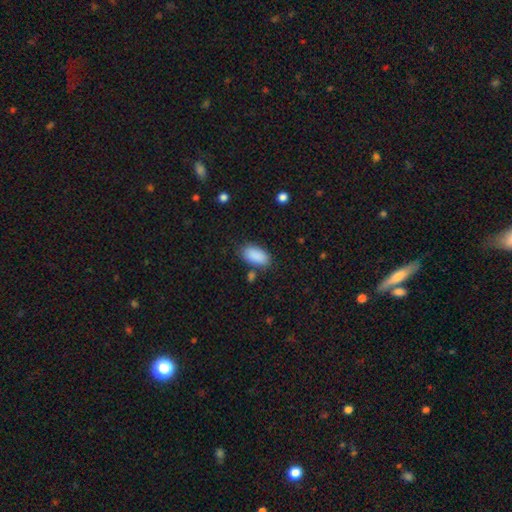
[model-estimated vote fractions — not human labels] Smooth or featured?
  - smooth: 90% *
  - star or artifact: 7%
  - featured or disk: 4%
How rounded?
  - in between: 93% *
  - cigar-shaped: 4%
  - round: 3%
Merging?
  - none: 78% *
  - minor disturbance: 13%
  - merger: 5%
  - major disturbance: 4%